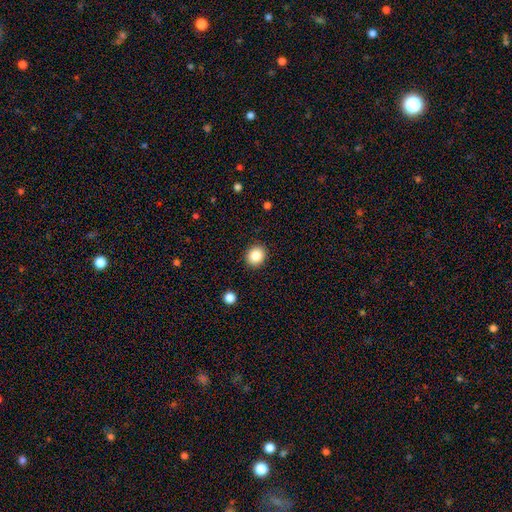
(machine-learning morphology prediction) This is clearly a smooth galaxy (84%). How rounded: clearly round (81%). Merging: clearly none (91%).